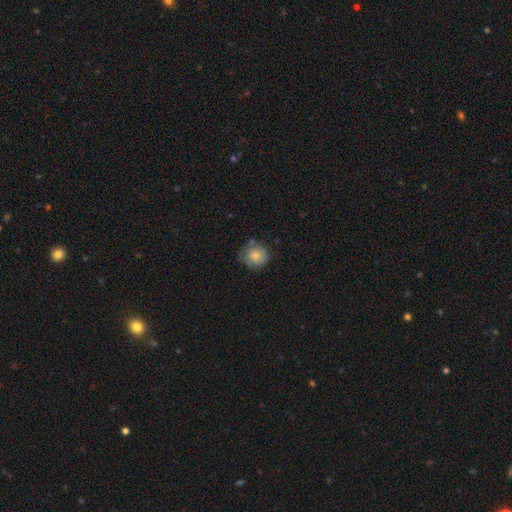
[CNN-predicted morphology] type=smooth (76%); roundness=round (89%); merging=none (66%).